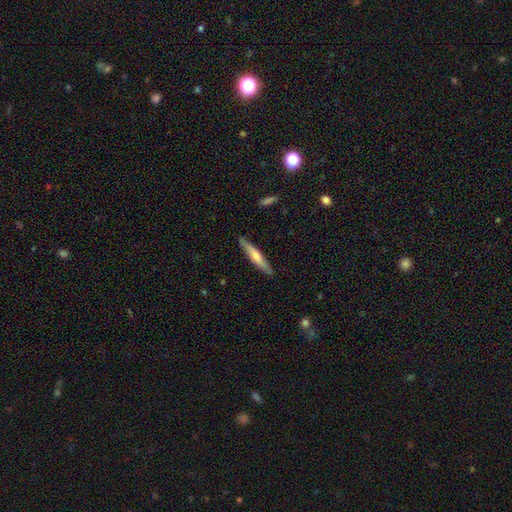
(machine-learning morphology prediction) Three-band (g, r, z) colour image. It shows a smooth galaxy with no disk features (57%) that is cigar-shaped (89%). Merging: none (84%).